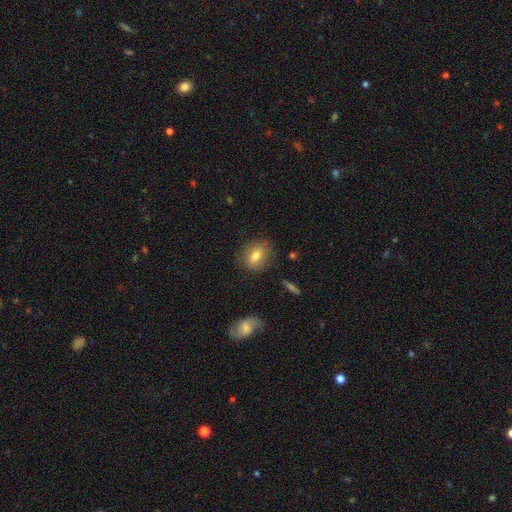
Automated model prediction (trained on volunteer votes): Overall: smooth (72%). How rounded: in between (60%; round 37%). Merging: none (80%).